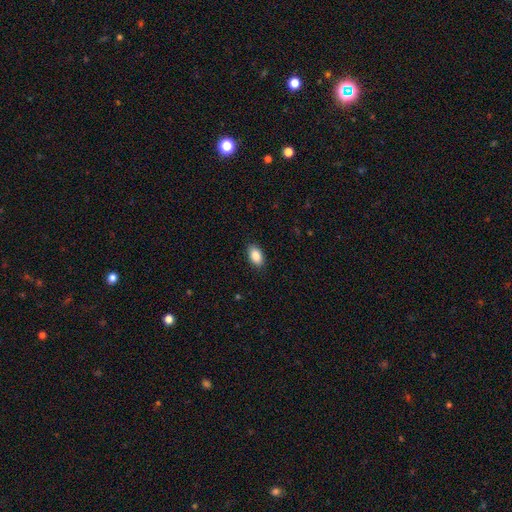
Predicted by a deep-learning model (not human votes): This appears to be a smooth galaxy with no disk features (87%) that is in between round and cigar-shaped (92%). Merging: none (88%).